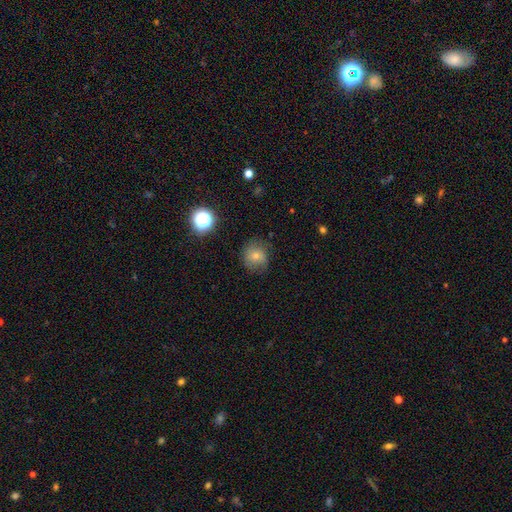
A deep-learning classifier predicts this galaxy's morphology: type=smooth (50%); merging=none (76%).